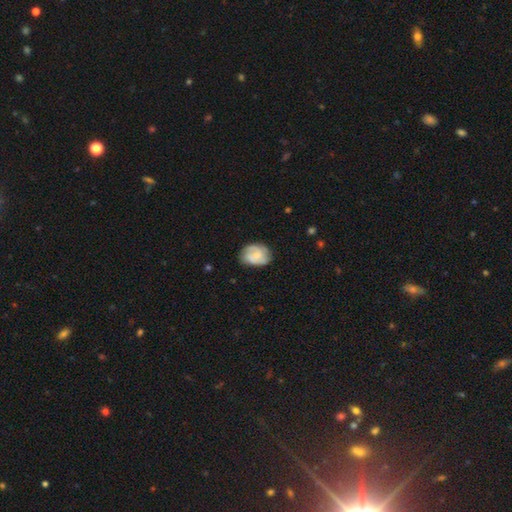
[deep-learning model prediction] Q: Smooth or featured?
A: featured or disk (59%); runner-up: smooth (34%)
Q: Edge-on disk?
A: no (98%); runner-up: yes (2%)
Q: Bar?
A: no (67%); runner-up: weak (29%)
Q: Spiral arms?
A: yes (88%); runner-up: no (12%)
Q: Spiral winding?
A: medium (43%); runner-up: tight (42%)
Q: Spiral arm count?
A: 2 (40%); runner-up: 3 (28%)
Q: Bulge size?
A: small (56%); runner-up: moderate (29%)
Q: Merging?
A: none (68%); runner-up: minor disturbance (24%)